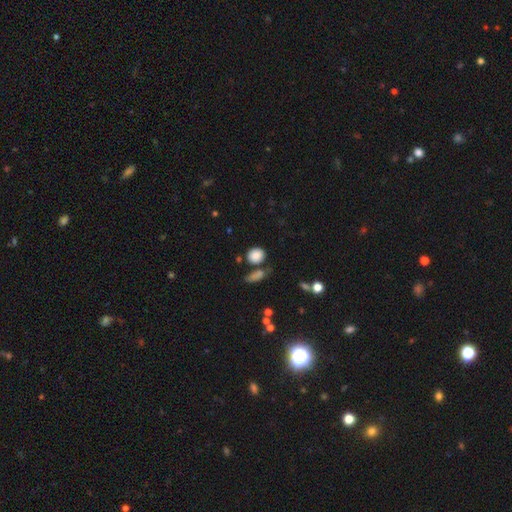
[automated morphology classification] smooth_or_featured: smooth (p=0.86) [alt: star or artifact p=0.09]
how_rounded: round (p=0.67) [alt: in between p=0.30]
merging: none (p=0.69) [alt: merger p=0.15]